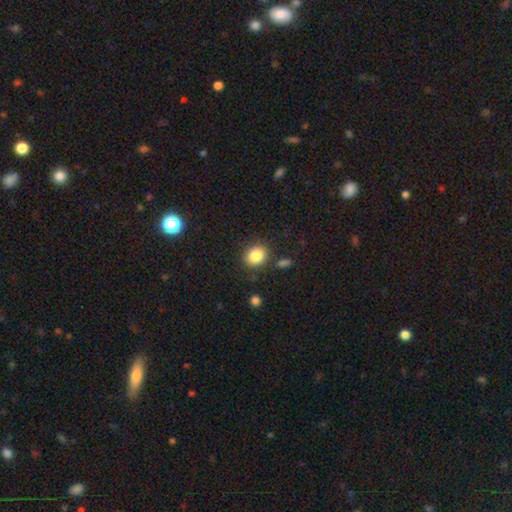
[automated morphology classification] Overall: smooth (85%). How rounded: round (60%; in between 39%). Merging: none (83%).